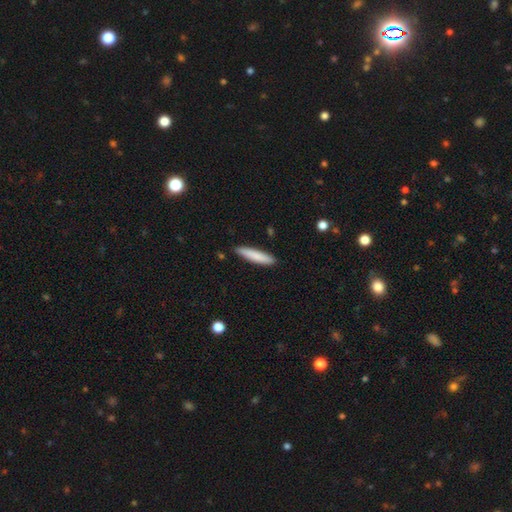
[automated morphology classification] This is clearly a smooth galaxy (81%). How rounded: clearly cigar-shaped (86%). Merging: clearly none (87%).